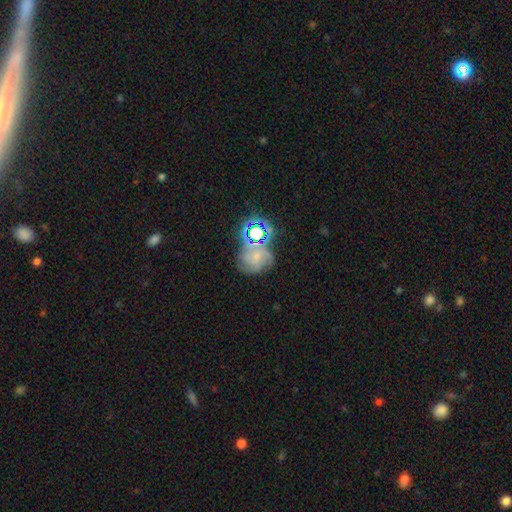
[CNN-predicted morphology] Smooth or featured? featured or disk (50%)
Merging? none (49%)